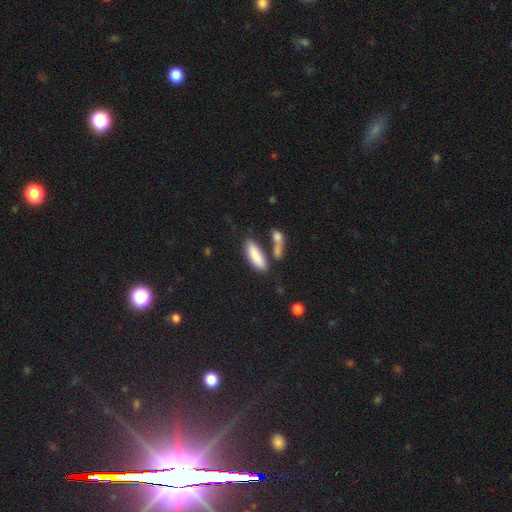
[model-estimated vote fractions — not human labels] smooth 85%, featured or disk 8%, star or artifact 6%. Down the decision tree: how rounded — in between (59%); merging — none (53%).